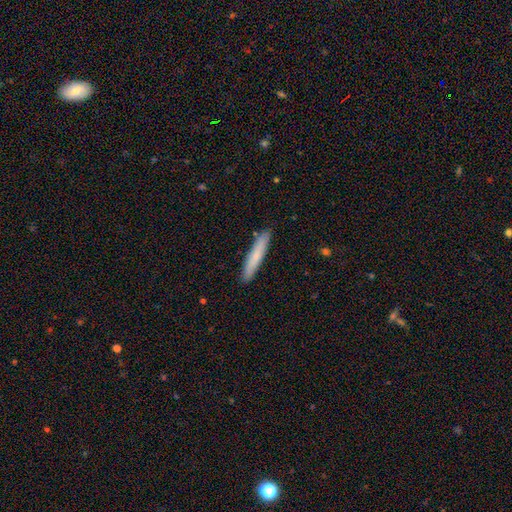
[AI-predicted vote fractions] smooth_or_featured: smooth (p=0.75) [alt: featured or disk p=0.19]
how_rounded: cigar-shaped (p=0.94) [alt: in between p=0.05]
merging: none (p=0.90) [alt: minor disturbance p=0.07]